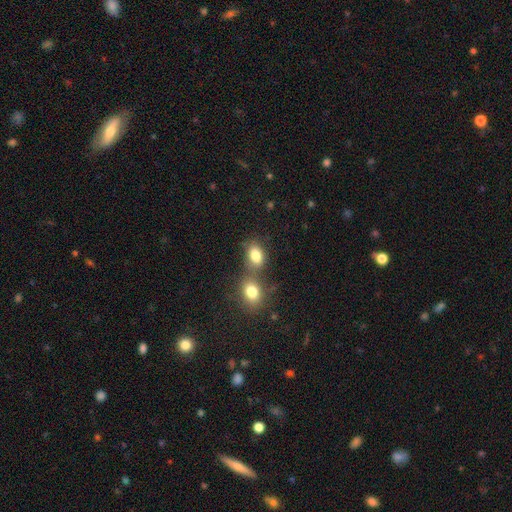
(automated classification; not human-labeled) smooth_or_featured: smooth (p=0.82) [alt: star or artifact p=0.10]
how_rounded: in between (p=0.75) [alt: round p=0.24]
merging: merger (p=0.44) [alt: none p=0.41]